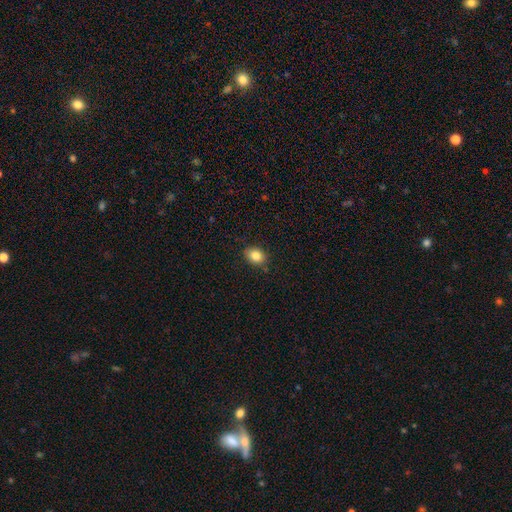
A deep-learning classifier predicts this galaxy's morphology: smooth_or_featured: smooth (p=0.84) [alt: star or artifact p=0.09]
how_rounded: in between (p=0.62) [alt: round p=0.37]
merging: none (p=0.84) [alt: minor disturbance p=0.12]